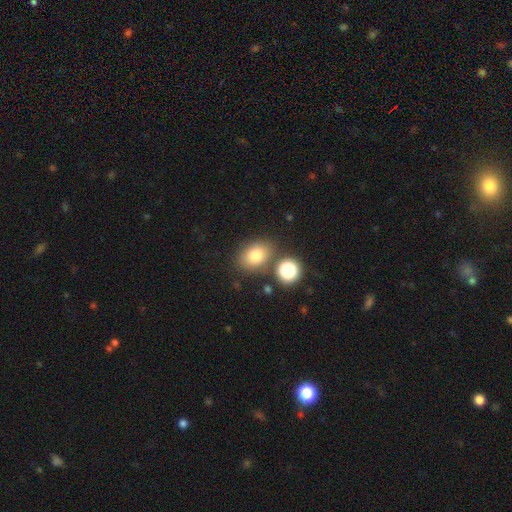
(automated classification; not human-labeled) A smooth galaxy with no disk features (78%) that is in between round and cigar-shaped (65%).

Vote fractions:
- Smooth or featured? smooth: 78% / star or artifact: 12% / featured or disk: 9%
- How rounded? in between: 65% / round: 34% / cigar-shaped: 1%
- Merging? none: 77% / minor disturbance: 11% / merger: 8% / major disturbance: 4%